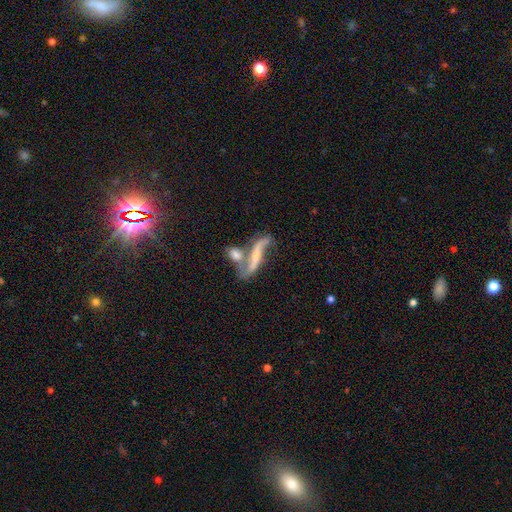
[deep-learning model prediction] Q: Smooth or featured?
A: featured or disk (77%); runner-up: smooth (15%)
Q: Edge-on disk?
A: no (73%); runner-up: yes (27%)
Q: Bar?
A: no (38%); runner-up: strong (32%)
Q: Spiral arms?
A: yes (87%); runner-up: no (13%)
Q: Bulge size?
A: small (49%); runner-up: moderate (34%)
Q: Merging?
A: merger (38%); tied with: none (38%)